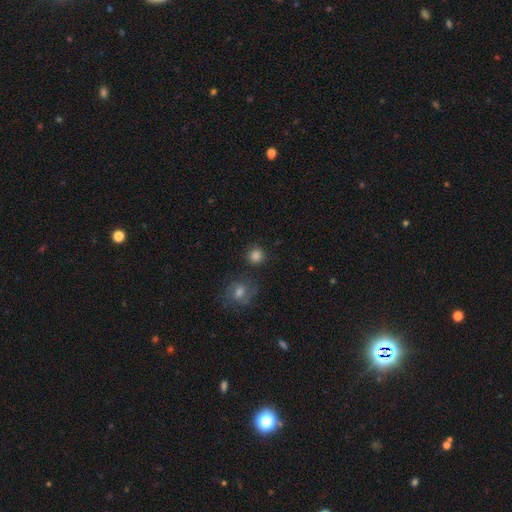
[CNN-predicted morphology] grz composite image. It shows a smooth galaxy with no disk features (84%) that is round (92%). Merging: none (82%).